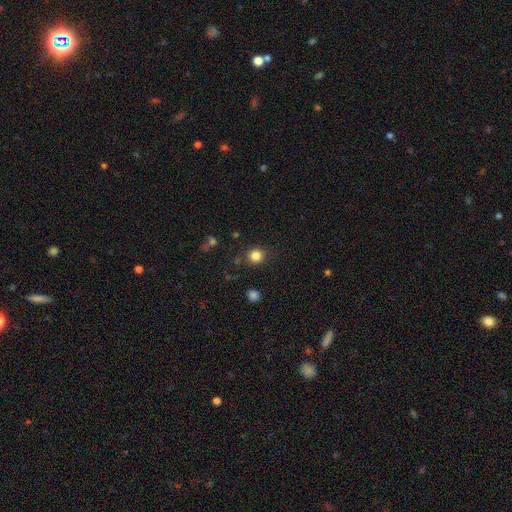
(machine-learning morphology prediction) Smooth or featured?
  - smooth: 84% *
  - star or artifact: 12%
  - featured or disk: 4%
How rounded?
  - round: 92% *
  - in between: 7%
  - cigar-shaped: 1%
Merging?
  - none: 87% *
  - minor disturbance: 8%
  - major disturbance: 3%
  - merger: 2%